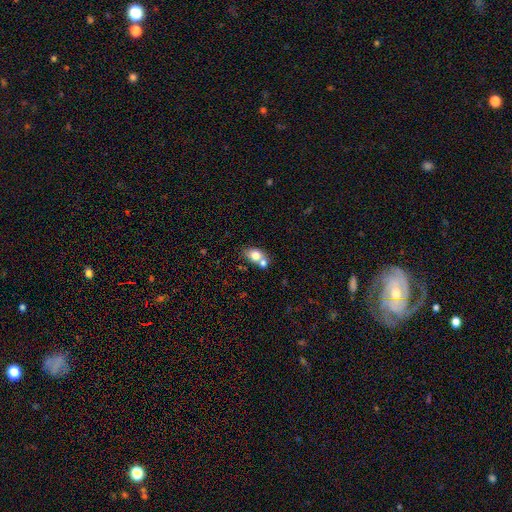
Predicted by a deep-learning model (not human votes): This appears to be a smooth galaxy with no disk features (73%) that is in between round and cigar-shaped (70%). Merging: merger (49%).